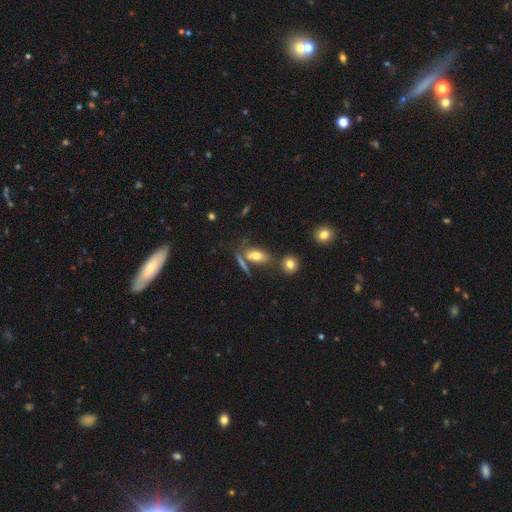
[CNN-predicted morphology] A smooth galaxy with no disk features (70%) that is in between round and cigar-shaped (80%). Merging: none (59%).